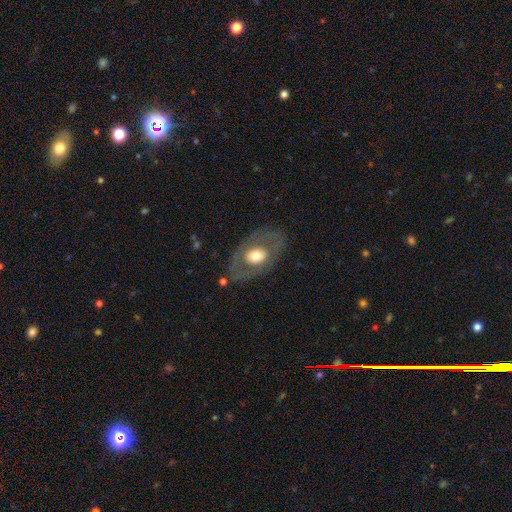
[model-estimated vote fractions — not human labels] A featured or disk galaxy (50%).

Vote fractions:
- Smooth or featured? featured or disk: 50% / smooth: 44% / star or artifact: 6%
- Merging? none: 75% / minor disturbance: 14% / major disturbance: 9% / merger: 2%